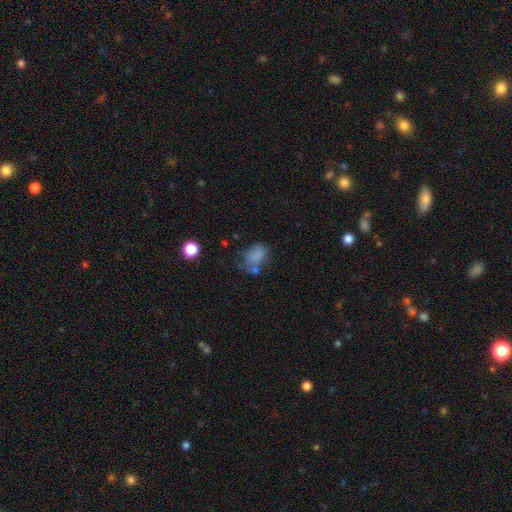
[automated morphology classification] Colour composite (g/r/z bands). It shows a smooth galaxy with no disk features (77%) that is in between round and cigar-shaped (71%). Merging: none (46%).